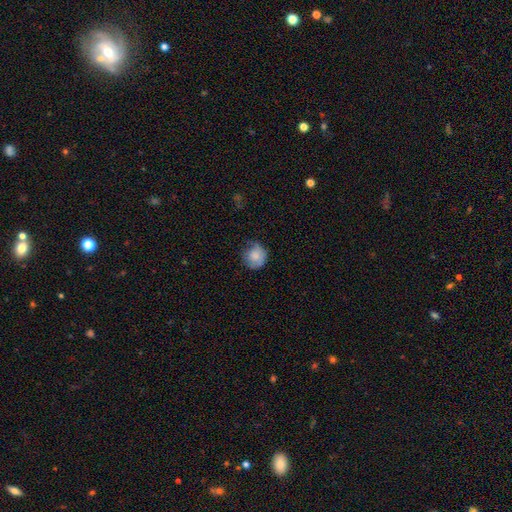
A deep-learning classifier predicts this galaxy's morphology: Overall: smooth (78%). How rounded: round (84%). Merging: none (58%; minor disturbance 30%).